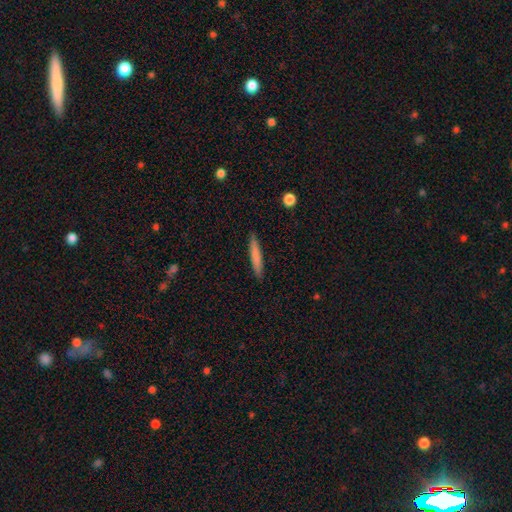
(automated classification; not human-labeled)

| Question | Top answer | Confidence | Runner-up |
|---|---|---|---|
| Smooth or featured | smooth | 76% | featured or disk (18%) |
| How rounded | cigar-shaped | 94% | in between (4%) |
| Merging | none | 90% | minor disturbance (7%) |